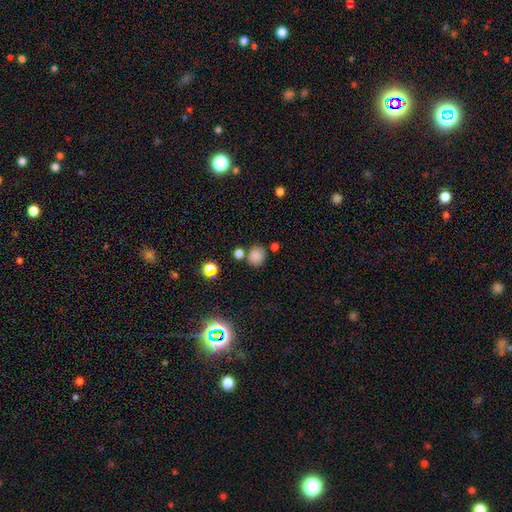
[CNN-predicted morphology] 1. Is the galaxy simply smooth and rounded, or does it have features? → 78% smooth, 16% star or artifact, 6% featured or disk.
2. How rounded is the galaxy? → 80% round, 19% in between, 1% cigar-shaped.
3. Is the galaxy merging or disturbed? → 72% none, 13% minor disturbance, 11% merger, 4% major disturbance.